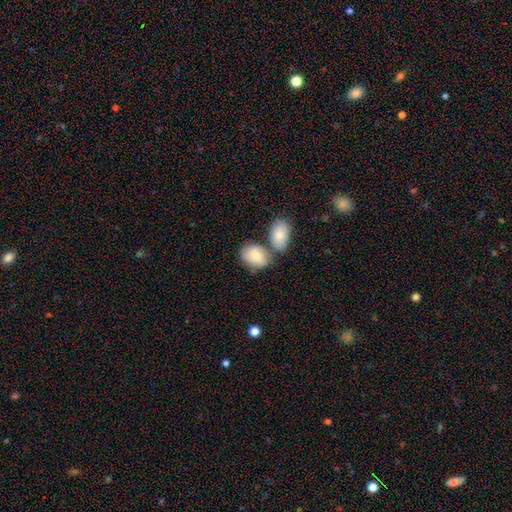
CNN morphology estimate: This is likely a smooth galaxy (75%). How rounded: clearly in between (82%). Merging: marginally merger (41%).